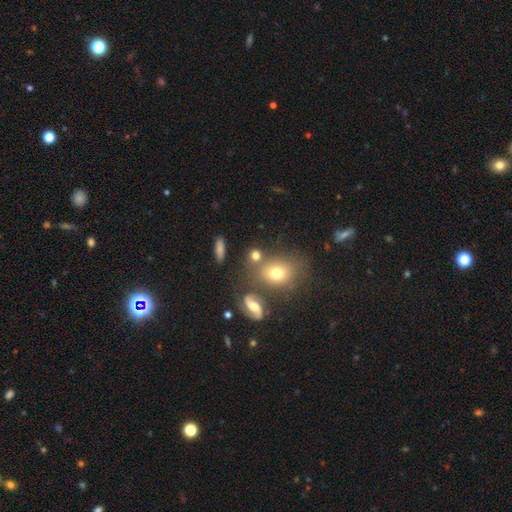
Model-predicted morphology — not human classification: Smooth or featured? smooth (67%)
How rounded? round (65%)
Merging? none (63%)